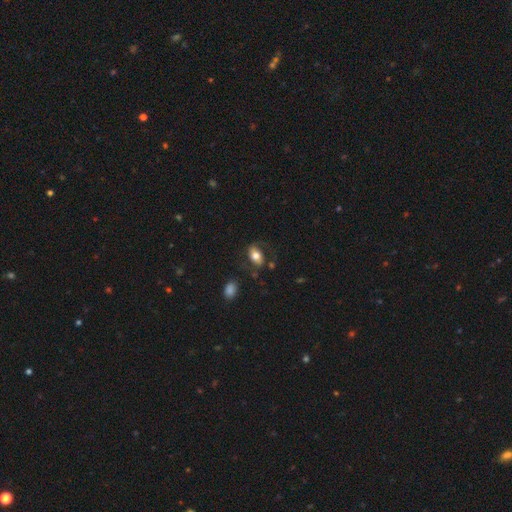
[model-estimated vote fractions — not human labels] smooth-or-featured: smooth: 66% | featured or disk: 27% | star or artifact: 7%
  how-rounded: in between: 88% | round: 9% | cigar-shaped: 3%
  merging: none: 65% | minor disturbance: 19% | major disturbance: 13% | merger: 3%